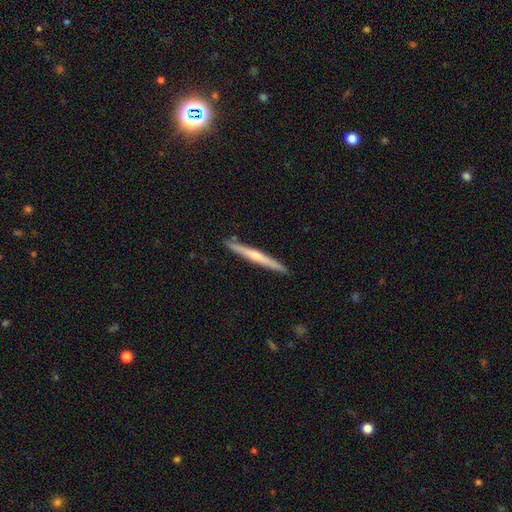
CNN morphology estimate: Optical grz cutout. It shows a featured or disk galaxy (55%) viewed edge-on (97%) with a rounded central bulge (59%). Merging: none (91%).